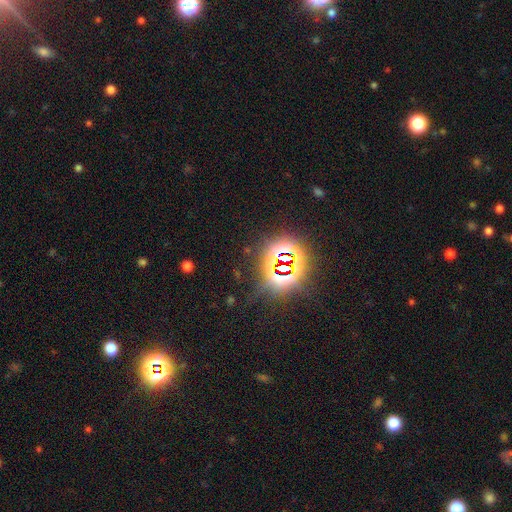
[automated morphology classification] type=star or artifact (81%).